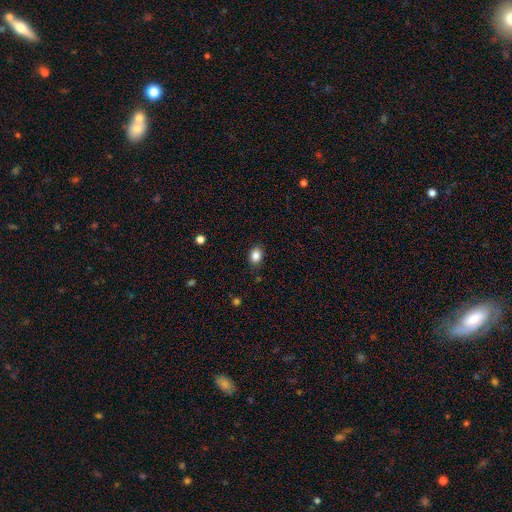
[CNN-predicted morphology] Smooth or featured? Predicted: smooth (p=0.86). How rounded? Predicted: in between (p=0.65). Merging? Predicted: none (p=0.86).